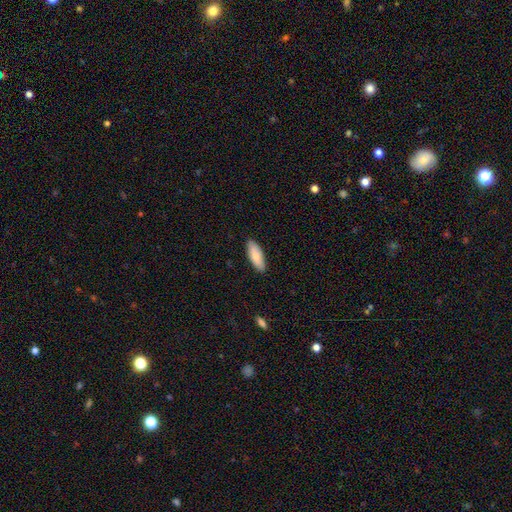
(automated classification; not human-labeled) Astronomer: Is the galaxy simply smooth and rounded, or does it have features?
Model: smooth — 83%.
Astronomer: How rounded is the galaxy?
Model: in between — 72%.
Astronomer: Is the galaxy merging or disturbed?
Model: none — 88%.